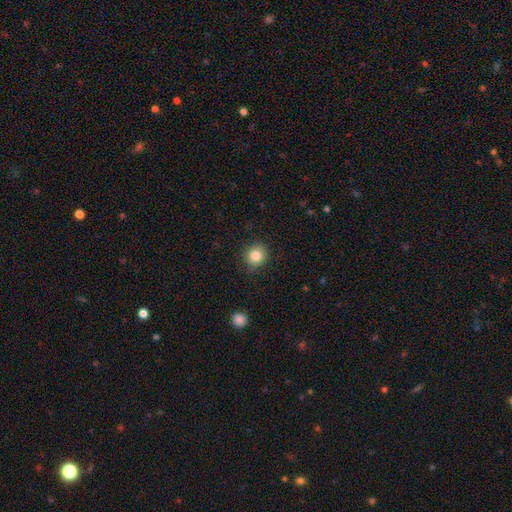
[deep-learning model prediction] Smooth or featured? Predicted: smooth (p=0.83). How rounded? Predicted: round (p=0.85). Merging? Predicted: none (p=0.87).